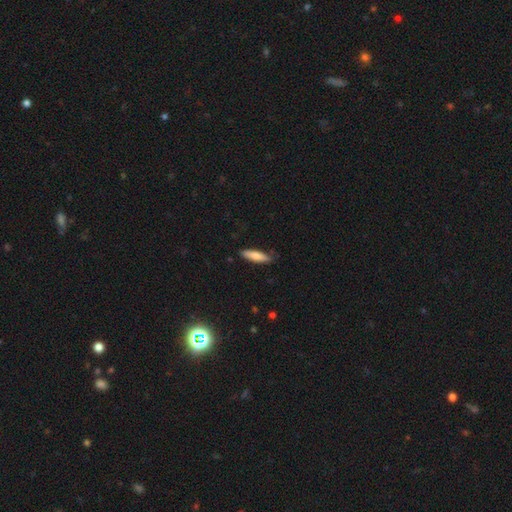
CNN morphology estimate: Overall: smooth (76%). How rounded: cigar-shaped (73%). Merging: none (84%).